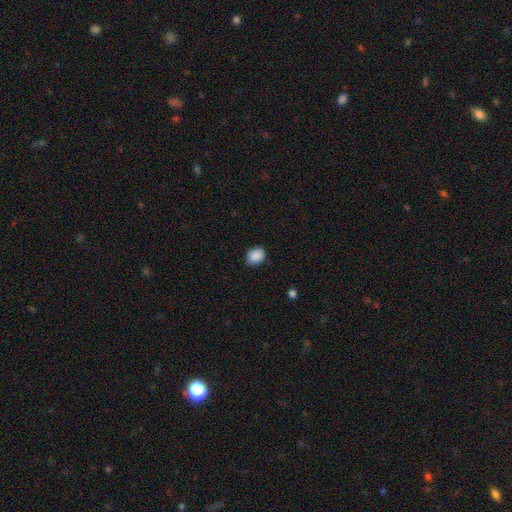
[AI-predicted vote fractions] Morphology: type=smooth (89%); roundness=in between (56%); merging=none (85%).